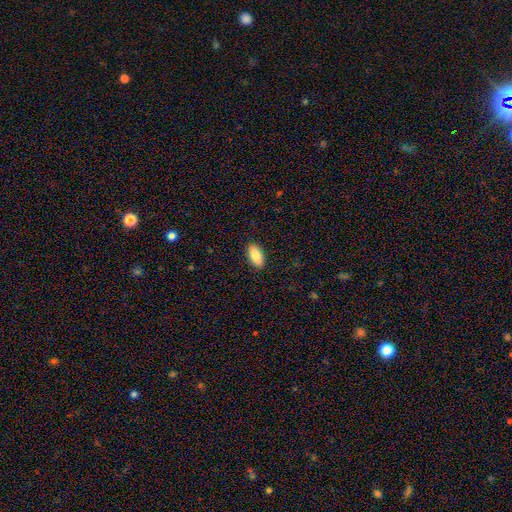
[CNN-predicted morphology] Smooth or featured? smooth (85%)
How rounded? in between (90%)
Merging? none (89%)